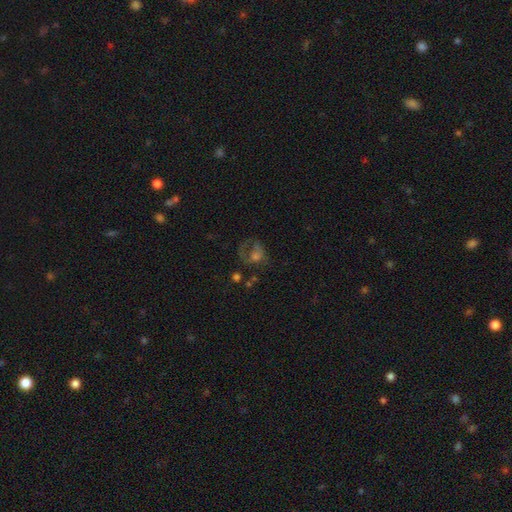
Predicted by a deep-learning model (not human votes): A featured or disk galaxy (44%).

Vote fractions:
- Smooth or featured? featured or disk: 44% / smooth: 36% / star or artifact: 21%
- Merging? major disturbance: 41% / none: 36% / minor disturbance: 18% / merger: 6%